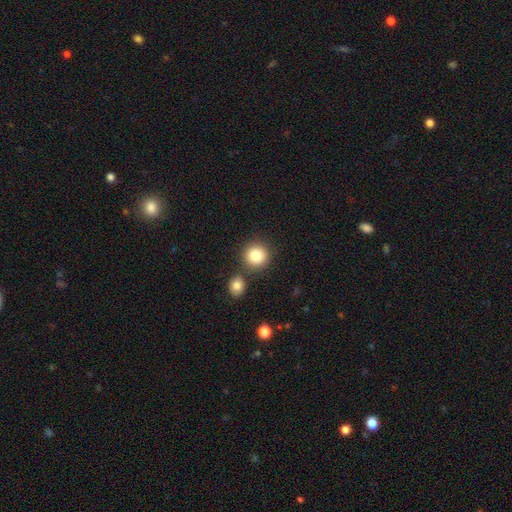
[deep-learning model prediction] Smooth or featured?
  - smooth: 84% *
  - star or artifact: 9%
  - featured or disk: 7%
How rounded?
  - round: 91% *
  - in between: 8%
  - cigar-shaped: 1%
Merging?
  - none: 76% *
  - merger: 13%
  - minor disturbance: 8%
  - major disturbance: 3%